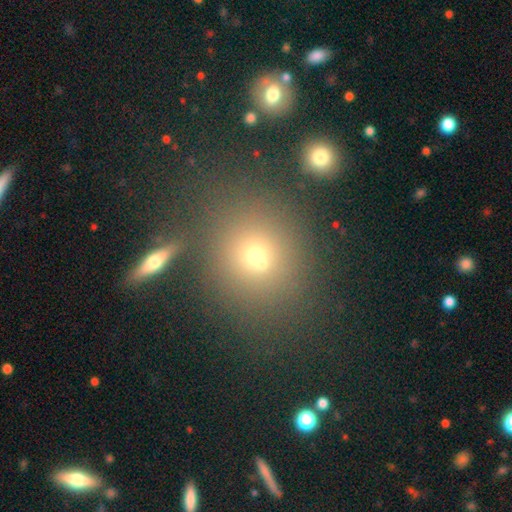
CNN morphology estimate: The model was most divided on "smooth or featured": smooth: 63%, star or artifact: 24%, featured or disk: 13%. More confident: merging — none (77%); how rounded — round (74%).